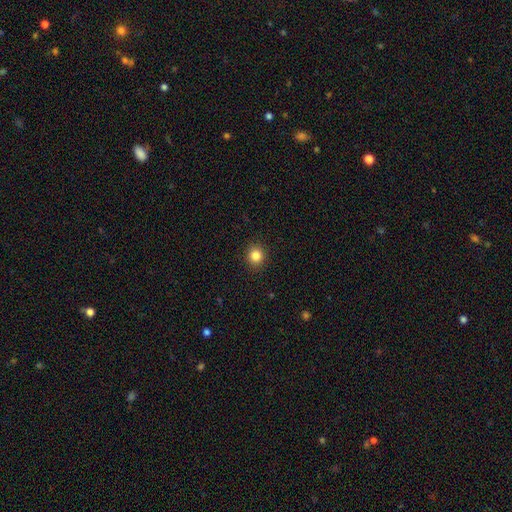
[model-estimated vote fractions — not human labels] Smooth or featured? Predicted: smooth (p=0.84). How rounded? Predicted: round (p=0.90). Merging? Predicted: none (p=0.92).